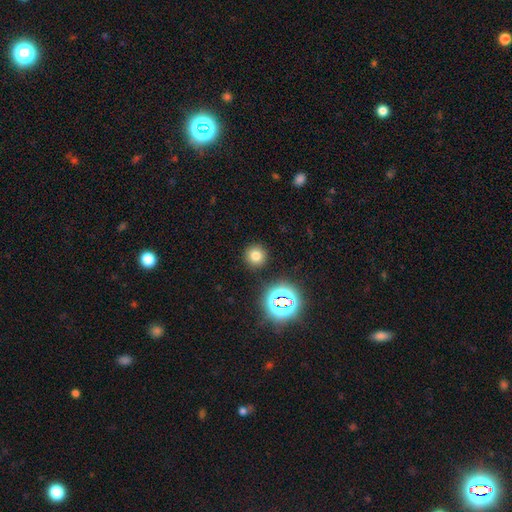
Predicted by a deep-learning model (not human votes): This appears to be a smooth galaxy with no disk features (72%) that is round (94%). Merging: none (90%).